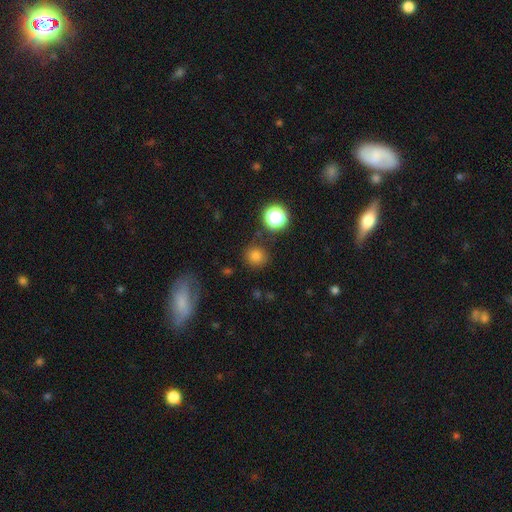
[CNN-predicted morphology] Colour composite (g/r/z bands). It shows a smooth galaxy with no disk features (77%) that is round (91%). Merging: none (85%).